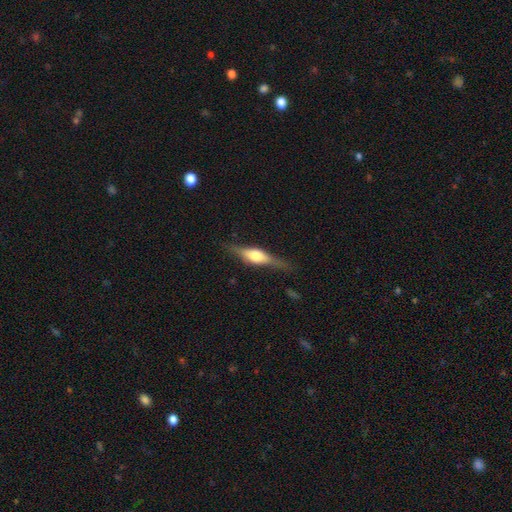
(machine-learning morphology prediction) A featured or disk galaxy (67%) viewed edge-on (96%) with a rounded central bulge (86%). Merging: none (79%).